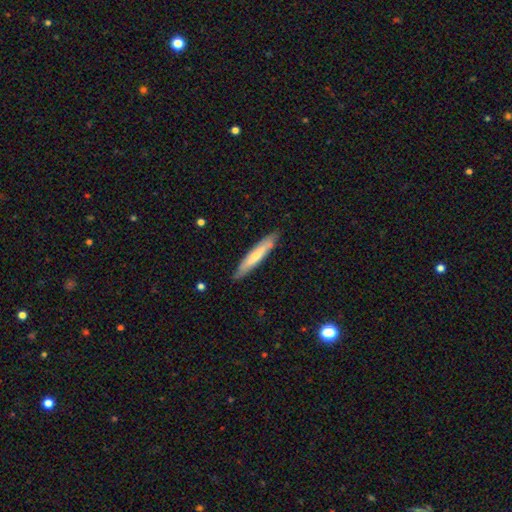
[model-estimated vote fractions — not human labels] The model was most divided on "smooth or featured": smooth: 55%, featured or disk: 40%, star or artifact: 5%. More confident: how rounded — cigar-shaped (90%); merging — none (85%).